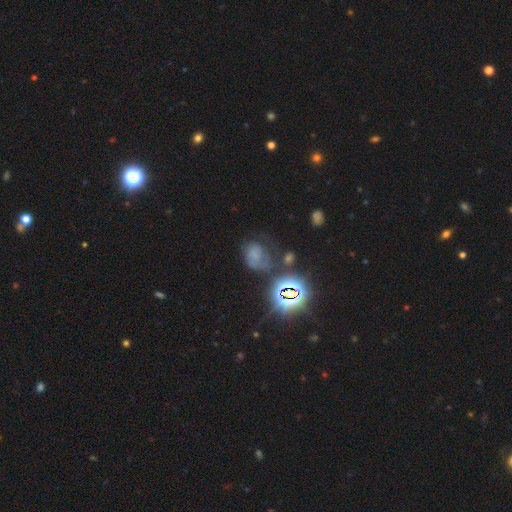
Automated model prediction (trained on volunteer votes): The model was most divided on "smooth or featured": smooth: 43%, star or artifact: 36%, featured or disk: 21%. Remaining: merging — none (37%).